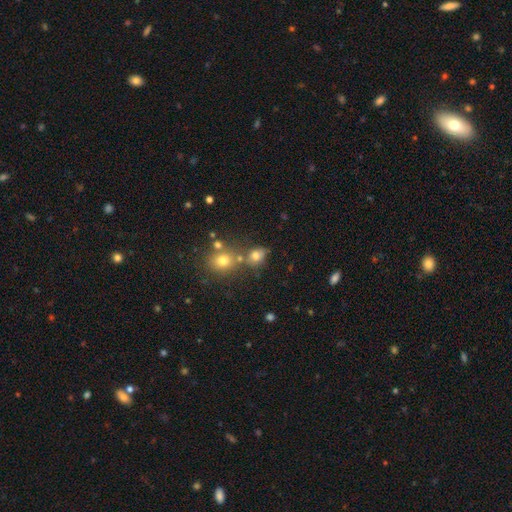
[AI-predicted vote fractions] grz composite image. It shows a smooth galaxy with no disk features (73%) that is in between round and cigar-shaped (51%). Merging: none (56%).